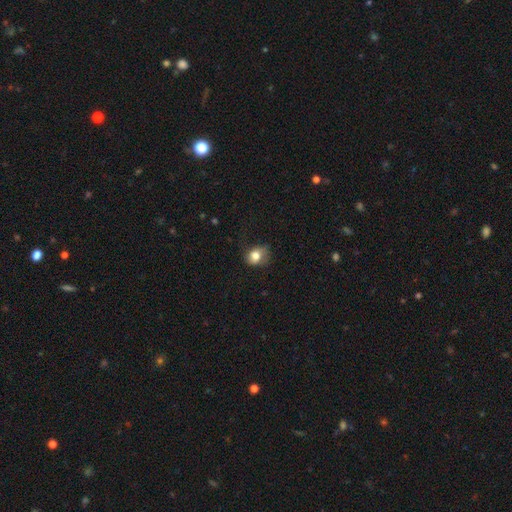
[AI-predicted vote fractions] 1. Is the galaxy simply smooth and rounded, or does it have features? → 78% smooth, 12% featured or disk, 10% star or artifact.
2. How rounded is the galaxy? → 53% round, 46% in between, 1% cigar-shaped.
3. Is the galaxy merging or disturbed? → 50% none, 32% minor disturbance, 16% major disturbance, 2% merger.